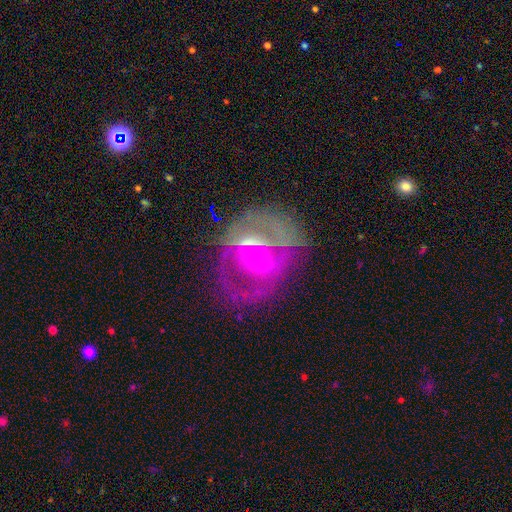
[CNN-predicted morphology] Q: Smooth or featured?
A: featured or disk (76%); runner-up: smooth (15%)
Q: Edge-on disk?
A: no (92%); runner-up: yes (8%)
Q: Bar?
A: strong (34%); runner-up: no (33%)
Q: Spiral arms?
A: yes (61%); runner-up: no (39%)
Q: Bulge size?
A: moderate (62%); runner-up: small (29%)
Q: Merging?
A: none (67%); runner-up: minor disturbance (17%)